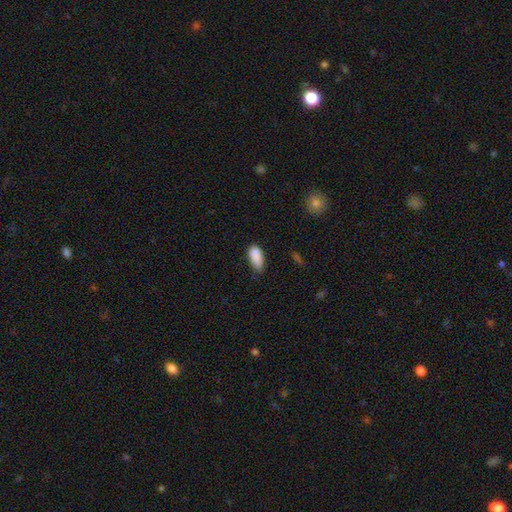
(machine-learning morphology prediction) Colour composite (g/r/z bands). It shows a smooth galaxy with no disk features (88%) that is in between round and cigar-shaped (91%). Merging: none (52%).